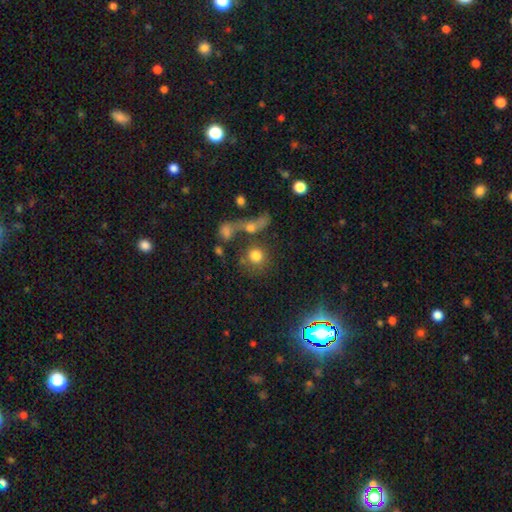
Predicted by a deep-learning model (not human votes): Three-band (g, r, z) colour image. It shows a smooth galaxy with no disk features (74%) that is round (84%). Merging: none (48%).